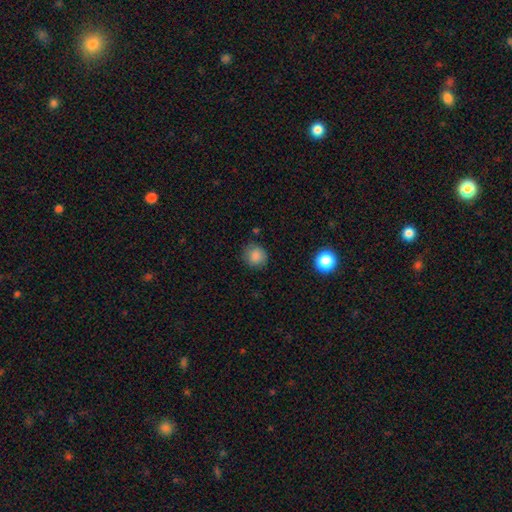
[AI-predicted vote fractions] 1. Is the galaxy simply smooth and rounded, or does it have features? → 86% smooth, 10% star or artifact, 4% featured or disk.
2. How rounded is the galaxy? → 88% round, 11% in between, 1% cigar-shaped.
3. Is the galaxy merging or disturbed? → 82% none, 13% minor disturbance, 3% major disturbance, 2% merger.